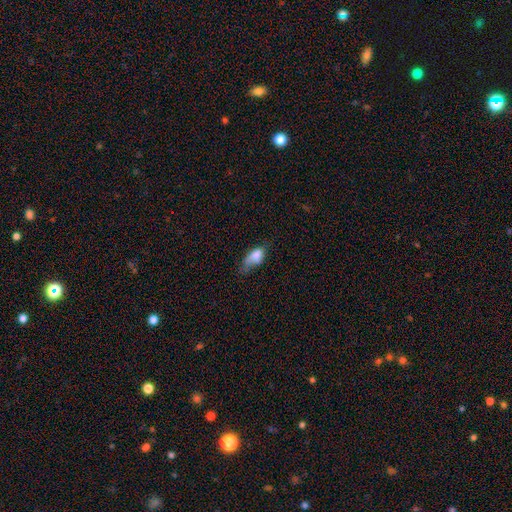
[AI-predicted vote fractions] smooth_or_featured: smooth (p=0.73) [alt: featured or disk p=0.18]
how_rounded: in between (p=0.86) [alt: round p=0.07]
merging: major disturbance (p=0.38) [alt: minor disturbance p=0.33]